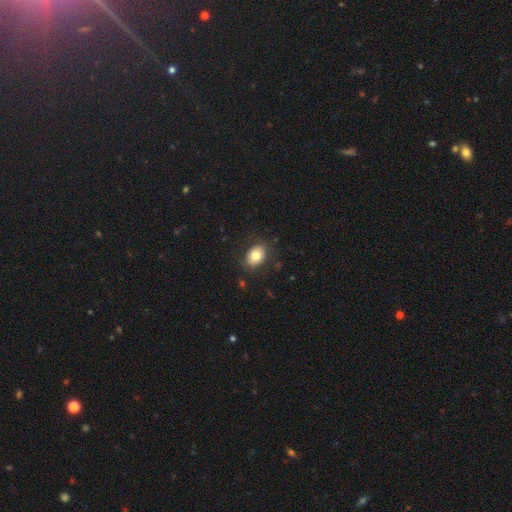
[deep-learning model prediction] A smooth galaxy with no disk features (80%) that is in between round and cigar-shaped (77%).

Vote fractions:
- Smooth or featured? smooth: 80% / featured or disk: 11% / star or artifact: 8%
- How rounded? in between: 77% / round: 22% / cigar-shaped: 1%
- Merging? none: 85% / minor disturbance: 11% / major disturbance: 3% / merger: 1%